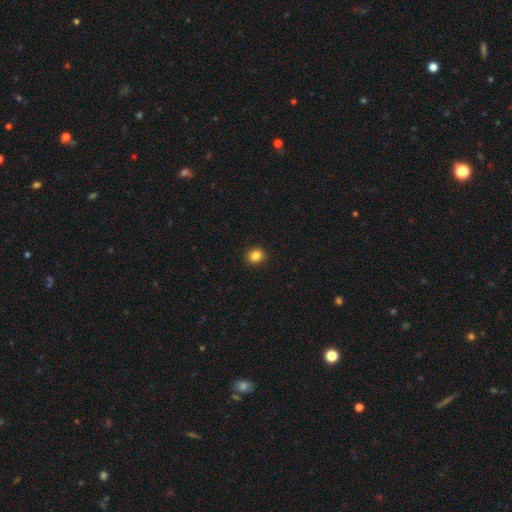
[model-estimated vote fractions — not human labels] Smooth or featured?
  - smooth: 85% *
  - star or artifact: 11%
  - featured or disk: 5%
How rounded?
  - round: 76% *
  - in between: 23%
  - cigar-shaped: 1%
Merging?
  - none: 92% *
  - minor disturbance: 5%
  - major disturbance: 2%
  - merger: 1%